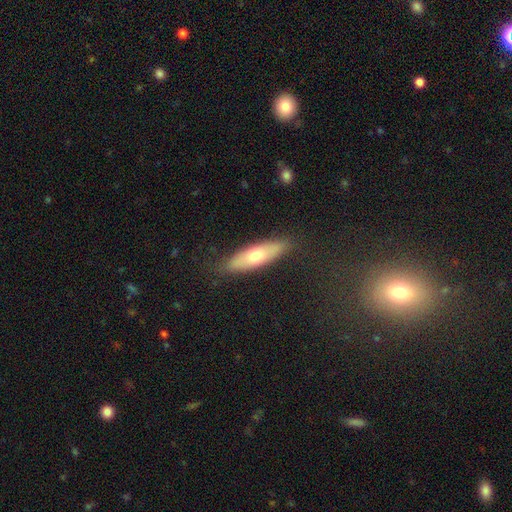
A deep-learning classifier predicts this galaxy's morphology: smooth_or_featured: smooth (p=0.59) [alt: featured or disk p=0.35]
how_rounded: cigar-shaped (p=0.55) [alt: in between p=0.43]
merging: none (p=0.84) [alt: minor disturbance p=0.12]